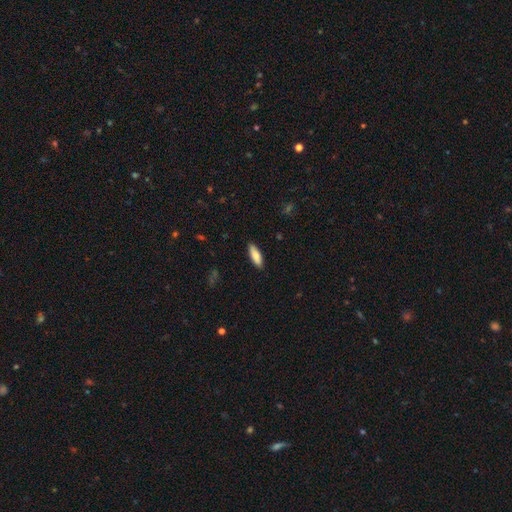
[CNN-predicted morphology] A smooth galaxy with no disk features (82%) that is in between round and cigar-shaped (55%).

Vote fractions:
- Smooth or featured? smooth: 82% / featured or disk: 13% / star or artifact: 6%
- How rounded? in between: 55% / cigar-shaped: 44% / round: 2%
- Merging? none: 89% / minor disturbance: 8% / major disturbance: 2% / merger: 1%